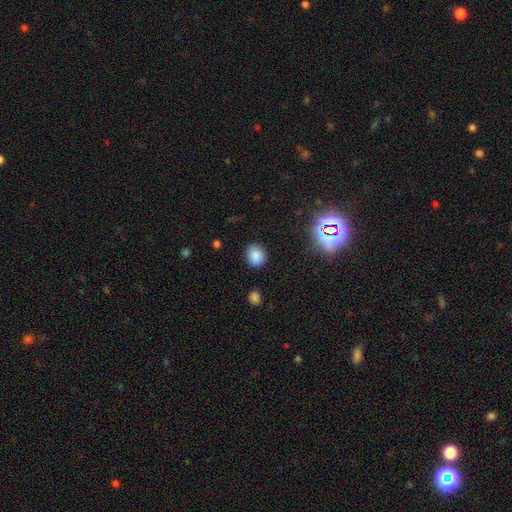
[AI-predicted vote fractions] A smooth galaxy with no disk features (83%) that is round (70%).

Vote fractions:
- Smooth or featured? smooth: 83% / star or artifact: 12% / featured or disk: 4%
- How rounded? round: 70% / in between: 29% / cigar-shaped: 1%
- Merging? none: 88% / minor disturbance: 8% / major disturbance: 3% / merger: 1%